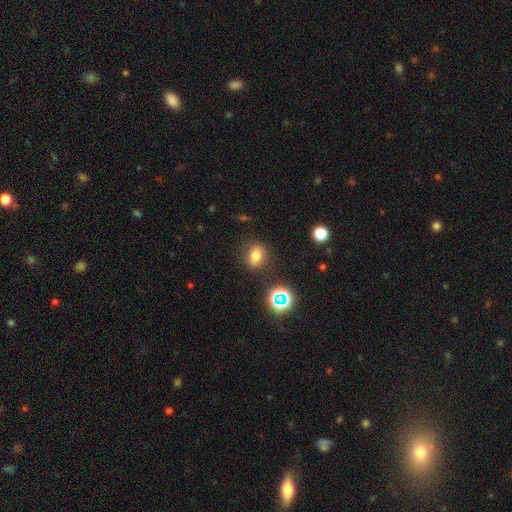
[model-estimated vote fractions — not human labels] smooth-or-featured: smooth: 73% | star or artifact: 16% | featured or disk: 11%
  how-rounded: in between: 51% | round: 47% | cigar-shaped: 2%
  merging: none: 85% | minor disturbance: 10% | major disturbance: 3% | merger: 2%